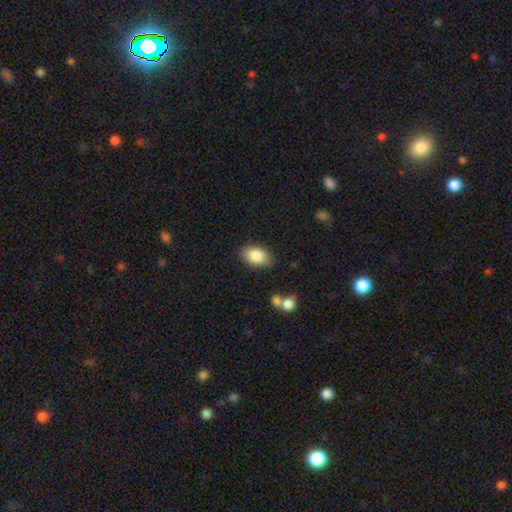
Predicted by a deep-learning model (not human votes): A smooth galaxy with no disk features (84%) that is in between round and cigar-shaped (89%). Merging: none (80%).